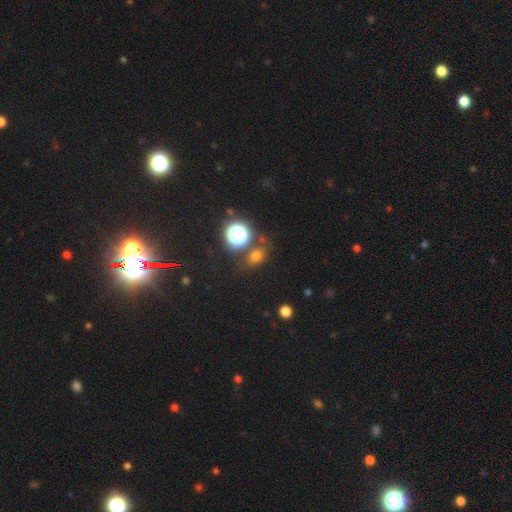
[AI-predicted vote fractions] Smooth or featured?
  - smooth: 63% *
  - star or artifact: 29%
  - featured or disk: 8%
How rounded?
  - round: 50% *
  - in between: 48%
  - cigar-shaped: 2%
Merging?
  - none: 71% *
  - minor disturbance: 14%
  - merger: 9%
  - major disturbance: 6%